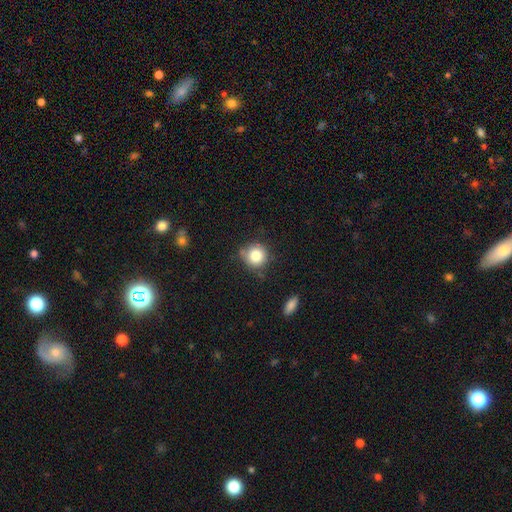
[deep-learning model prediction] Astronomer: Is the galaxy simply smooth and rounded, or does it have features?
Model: smooth — 82%.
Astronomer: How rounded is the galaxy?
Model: round — 90%.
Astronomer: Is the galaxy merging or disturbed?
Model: none — 70%.